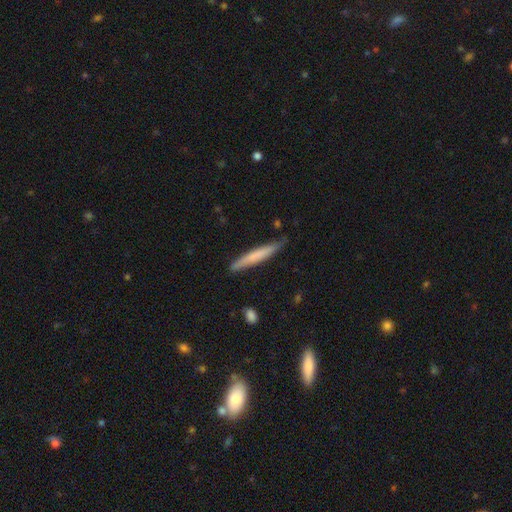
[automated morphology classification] Smooth or featured? Predicted: smooth (p=0.63). How rounded? Predicted: cigar-shaped (p=0.95). Merging? Predicted: none (p=0.83).